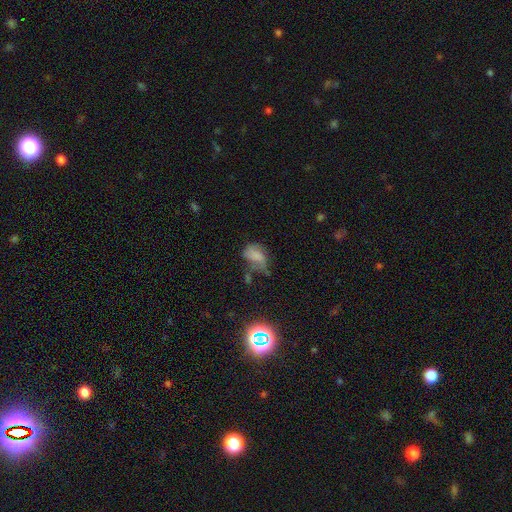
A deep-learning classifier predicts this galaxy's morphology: This is possibly a smooth galaxy (60%). How rounded: clearly in between (81%). Merging: marginally major disturbance (31%).